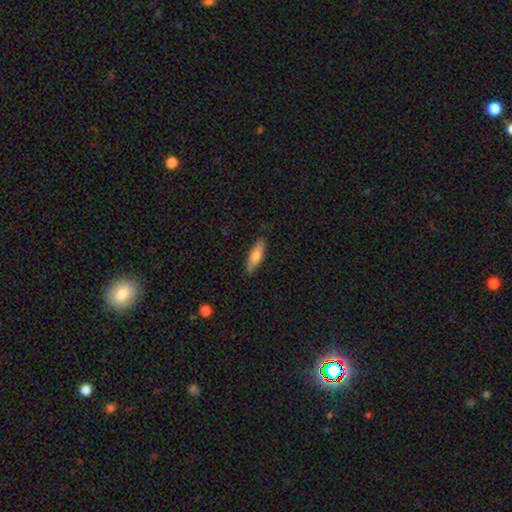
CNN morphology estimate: smooth_or_featured: smooth (p=0.67) [alt: featured or disk p=0.27]
how_rounded: cigar-shaped (p=0.55) [alt: in between p=0.43]
merging: none (p=0.87) [alt: minor disturbance p=0.10]